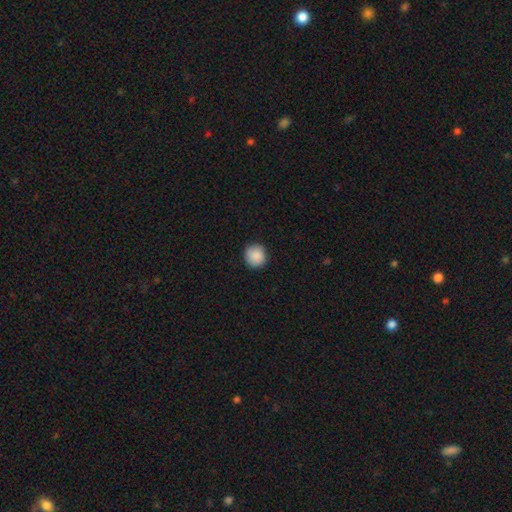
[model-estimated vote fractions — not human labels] A smooth galaxy with no disk features (90%) that is round (93%).

Vote fractions:
- Smooth or featured? smooth: 90% / star or artifact: 7% / featured or disk: 3%
- How rounded? round: 93% / in between: 6% / cigar-shaped: 1%
- Merging? none: 91% / minor disturbance: 7% / major disturbance: 2% / merger: 1%